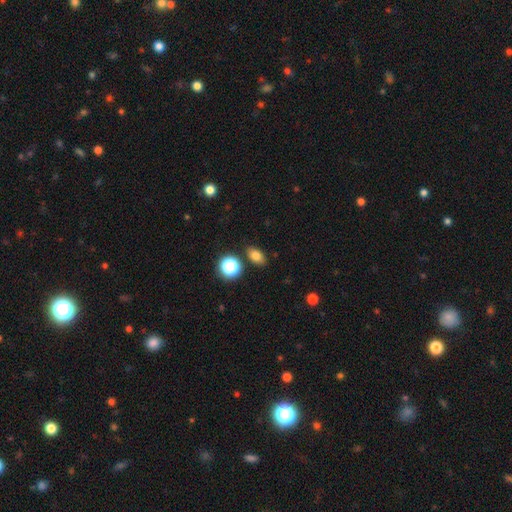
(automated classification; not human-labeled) Smooth or featured?
  - smooth: 78% *
  - star or artifact: 14%
  - featured or disk: 8%
How rounded?
  - in between: 80% *
  - round: 18%
  - cigar-shaped: 2%
Merging?
  - none: 83% *
  - minor disturbance: 9%
  - merger: 5%
  - major disturbance: 3%